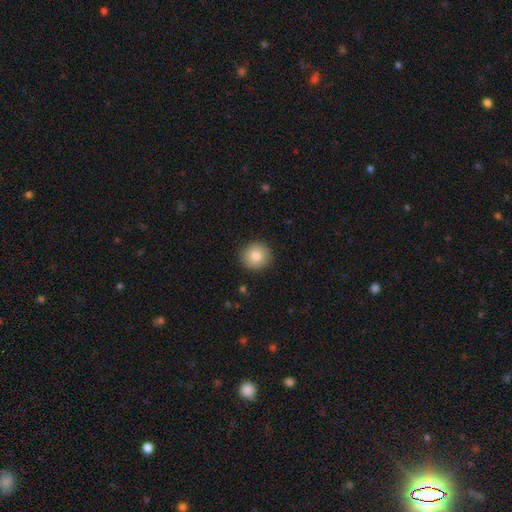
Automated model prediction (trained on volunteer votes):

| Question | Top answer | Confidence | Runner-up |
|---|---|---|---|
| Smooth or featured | smooth | 83% | star or artifact (8%) |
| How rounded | round | 91% | in between (8%) |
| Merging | none | 91% | minor disturbance (7%) |